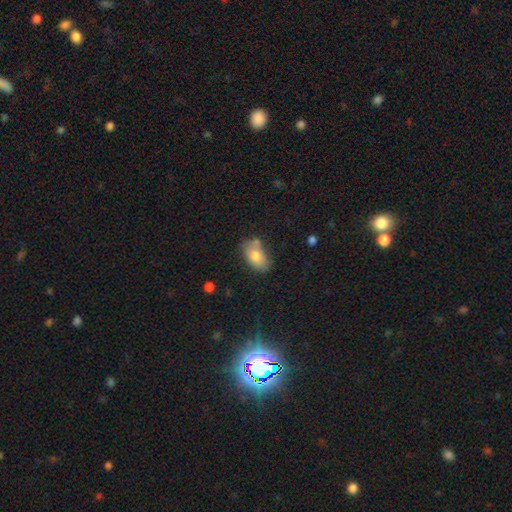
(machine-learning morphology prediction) Smooth or featured?
  - smooth: 75% *
  - featured or disk: 17%
  - star or artifact: 8%
How rounded?
  - in between: 90% *
  - round: 8%
  - cigar-shaped: 2%
Merging?
  - none: 61% *
  - minor disturbance: 22%
  - merger: 12%
  - major disturbance: 5%